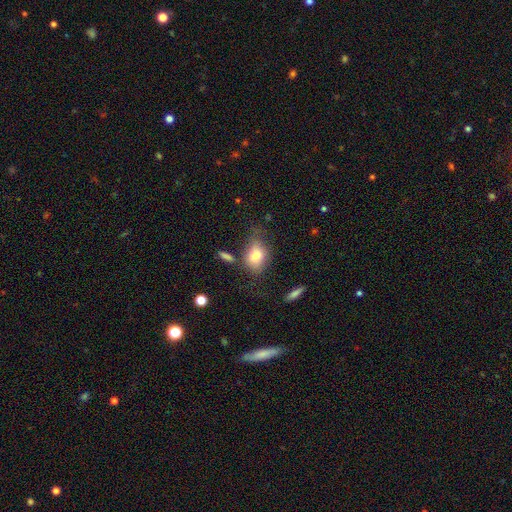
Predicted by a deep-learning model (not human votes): Smooth or featured? smooth (76%)
How rounded? in between (69%)
Merging? none (54%)